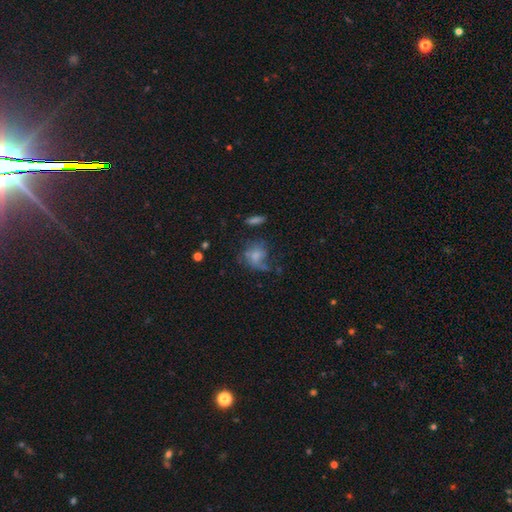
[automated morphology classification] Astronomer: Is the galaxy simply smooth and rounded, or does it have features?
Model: smooth — 59%.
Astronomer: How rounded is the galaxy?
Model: round — 52% (runner-up: in between, 46%).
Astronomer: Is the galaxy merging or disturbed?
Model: none — 37% (runner-up: major disturbance, 31%).